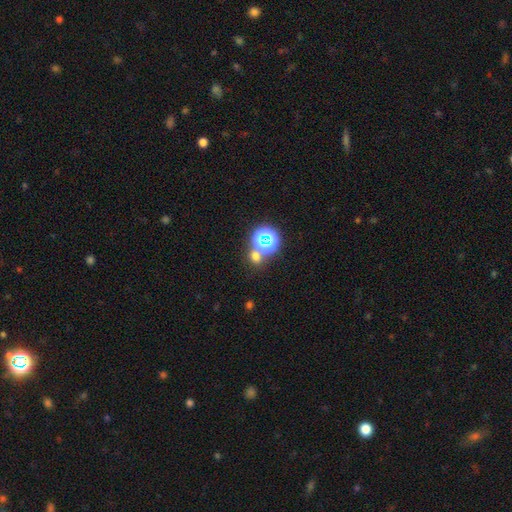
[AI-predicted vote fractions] This is possibly a smooth galaxy (57%). How rounded: likely round (75%). Merging: likely none (66%).